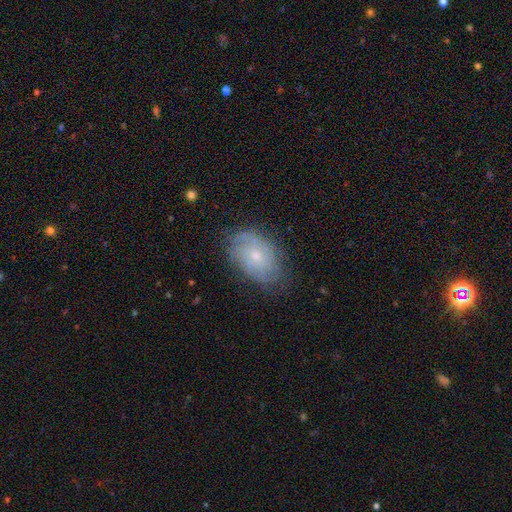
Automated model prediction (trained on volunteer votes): The model was most divided on "smooth or featured": featured or disk: 58%, smooth: 34%, star or artifact: 8%. More confident: edge-on disk — no (95%); spiral arms — yes (80%); bar — no (77%); merging — none (72%); bulge size — small (64%).